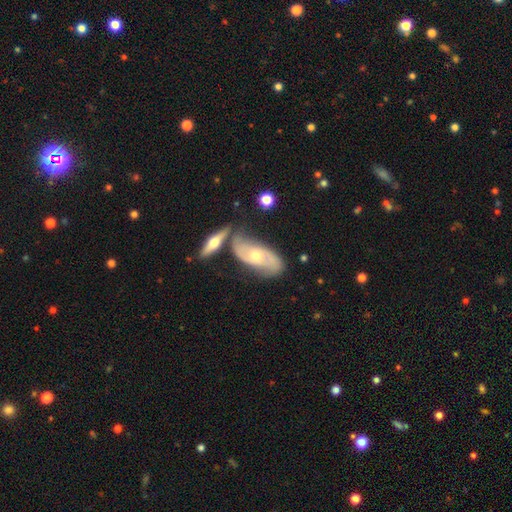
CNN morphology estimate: Smooth or featured? featured or disk (68%)
Edge-on disk? no (85%)
Bar? no (67%)
Spiral arms? yes (83%)
Bulge size? moderate (57%)
Merging? none (55%)